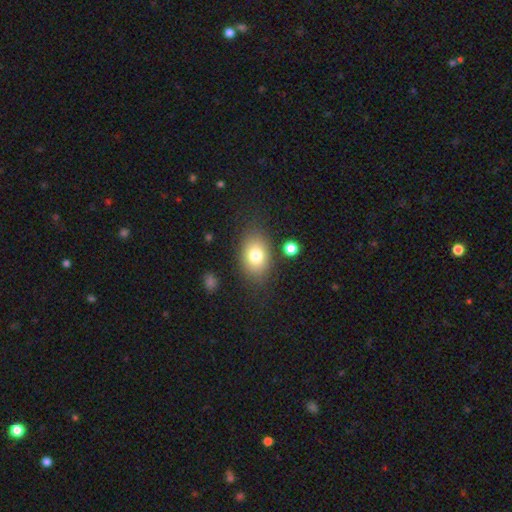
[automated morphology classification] Overall: smooth (78%). How rounded: in between (79%). Merging: none (79%).